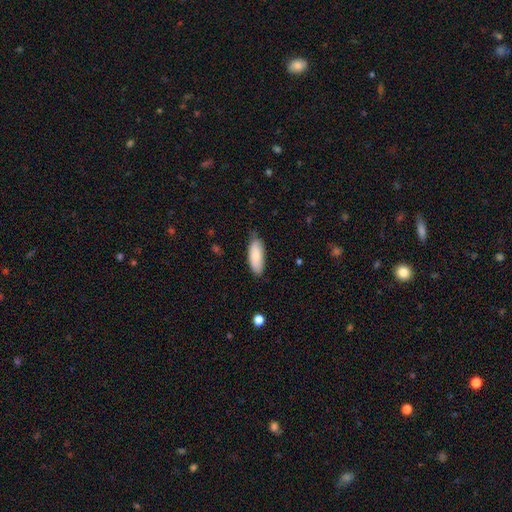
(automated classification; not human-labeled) Q: Smooth or featured?
A: smooth (84%); runner-up: featured or disk (10%)
Q: How rounded?
A: in between (76%); runner-up: cigar-shaped (23%)
Q: Merging?
A: none (75%); runner-up: minor disturbance (21%)